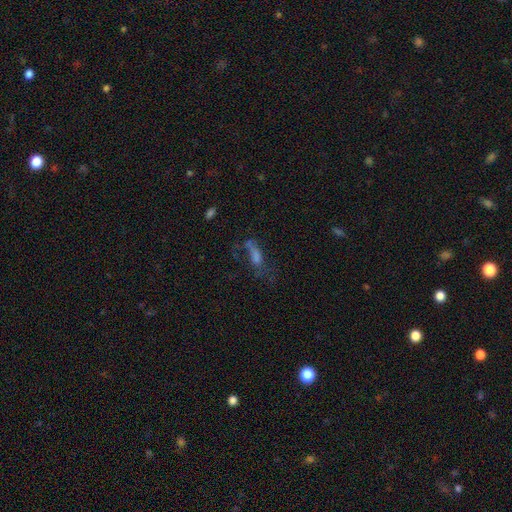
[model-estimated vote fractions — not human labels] Morphology: type=featured or disk (38%); merging=none (39%).